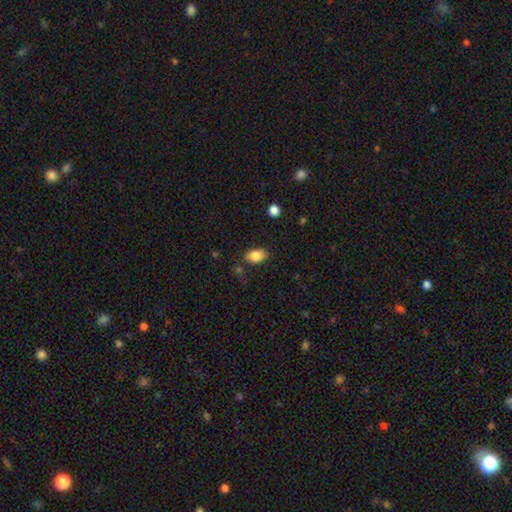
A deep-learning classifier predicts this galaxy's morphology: Q: Smooth or featured?
A: smooth (85%); runner-up: star or artifact (8%)
Q: How rounded?
A: in between (87%); runner-up: round (12%)
Q: Merging?
A: none (81%); runner-up: minor disturbance (13%)